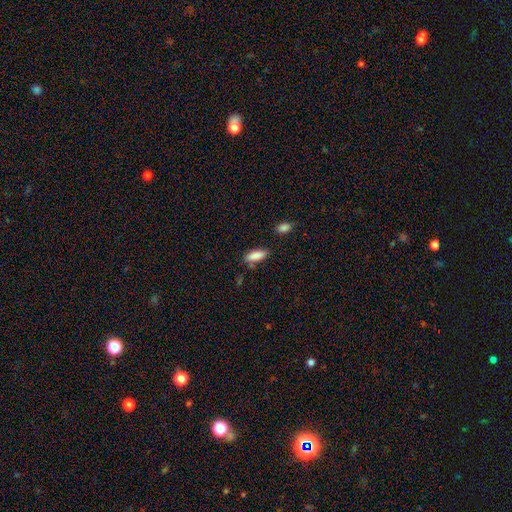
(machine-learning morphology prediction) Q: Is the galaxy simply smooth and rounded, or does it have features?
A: smooth — 87%.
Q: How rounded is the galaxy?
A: in between — 66%.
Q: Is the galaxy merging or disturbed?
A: none — 73%.